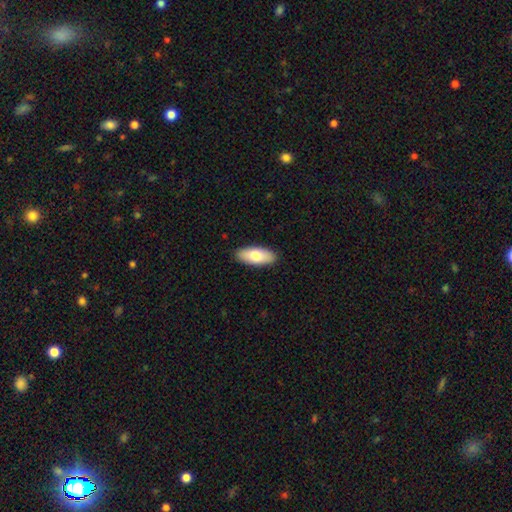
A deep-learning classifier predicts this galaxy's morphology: This is likely a smooth galaxy (76%). How rounded: clearly in between (86%). Merging: clearly none (90%).